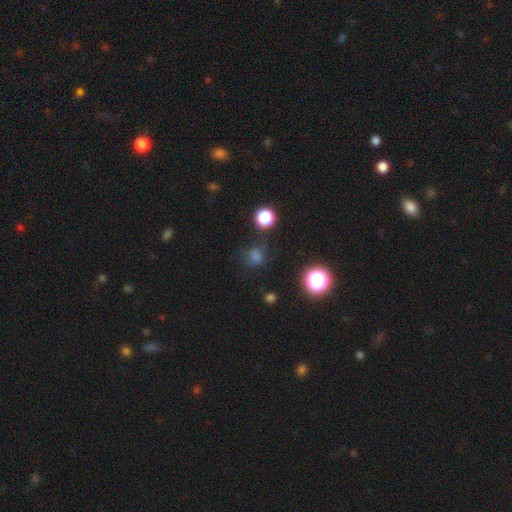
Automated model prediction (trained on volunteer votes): smooth-or-featured: smooth: 61% | star or artifact: 30% | featured or disk: 8%
  how-rounded: round: 75% | in between: 24% | cigar-shaped: 1%
  merging: none: 68% | minor disturbance: 17% | major disturbance: 9% | merger: 6%